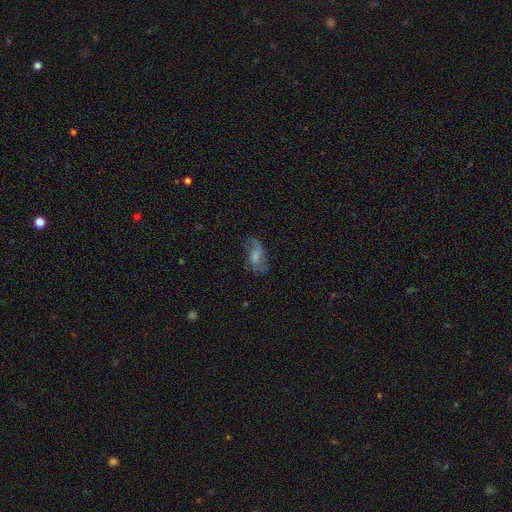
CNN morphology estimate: Smooth or featured: featured or disk — 47% (smooth — 44%)
Merging: none — 53% (minor disturbance — 25%)